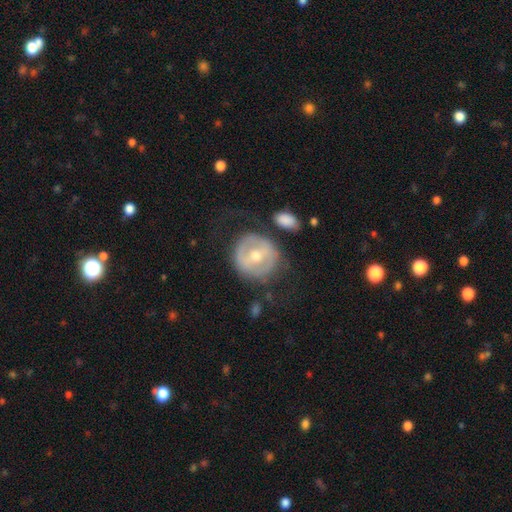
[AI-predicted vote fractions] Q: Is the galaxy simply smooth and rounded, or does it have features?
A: featured or disk — 60%.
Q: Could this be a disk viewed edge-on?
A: no — 95%.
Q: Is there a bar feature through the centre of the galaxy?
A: weak — 38%.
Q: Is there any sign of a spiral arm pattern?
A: no — 59%.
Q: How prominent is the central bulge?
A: moderate — 59%.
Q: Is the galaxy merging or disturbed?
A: none — 61%.